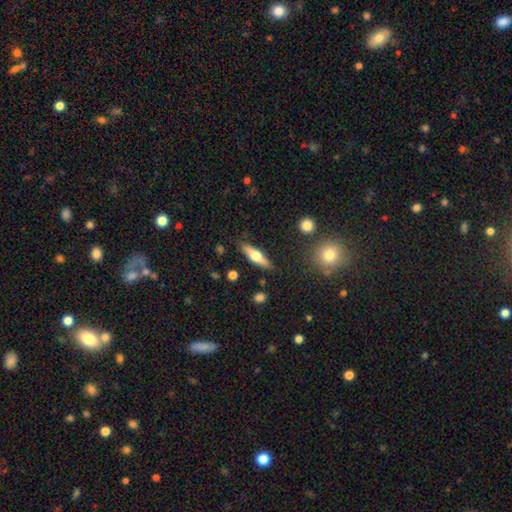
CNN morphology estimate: A featured or disk galaxy (54%) viewed edge-on (93%) with a rounded central bulge (93%). Merging: none (86%).